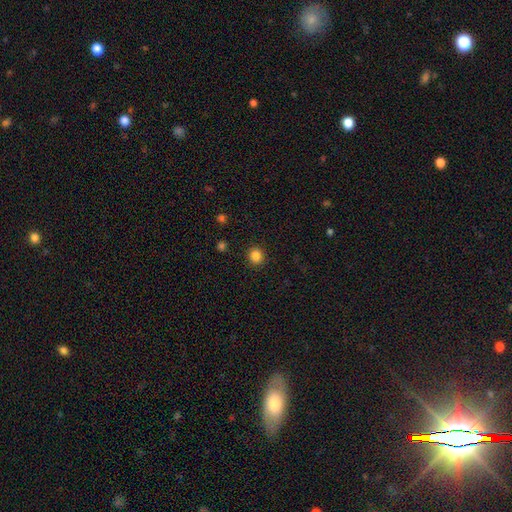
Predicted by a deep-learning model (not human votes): A smooth galaxy with no disk features (85%) that is round (90%).

Vote fractions:
- Smooth or featured? smooth: 85% / star or artifact: 12% / featured or disk: 4%
- How rounded? round: 90% / in between: 9% / cigar-shaped: 1%
- Merging? none: 91% / minor disturbance: 6% / major disturbance: 2% / merger: 1%